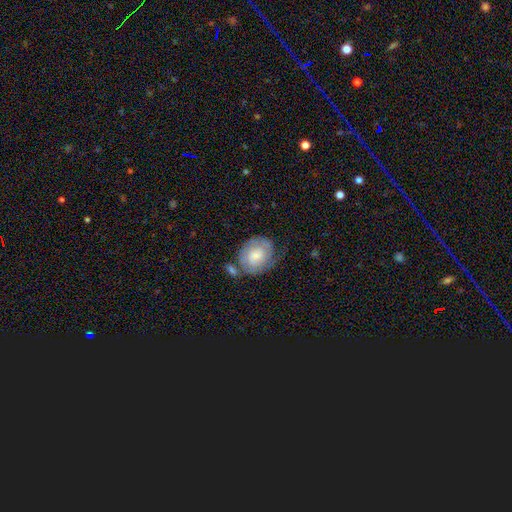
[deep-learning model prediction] smooth 48%, featured or disk 46%, star or artifact 7%. Down the decision tree: merging — none (54%).